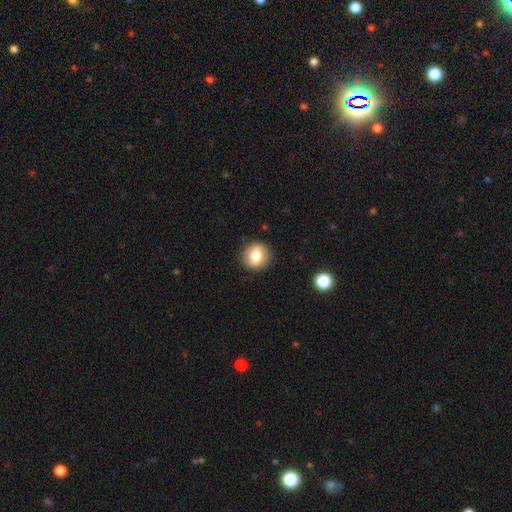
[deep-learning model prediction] This is likely a smooth galaxy (79%). How rounded: clearly round (89%). Merging: clearly none (90%).